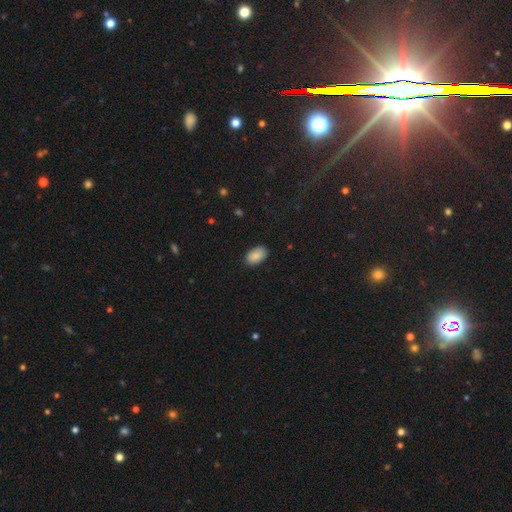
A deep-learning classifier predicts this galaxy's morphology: This is clearly a smooth galaxy (88%). How rounded: clearly in between (92%). Merging: clearly none (87%).